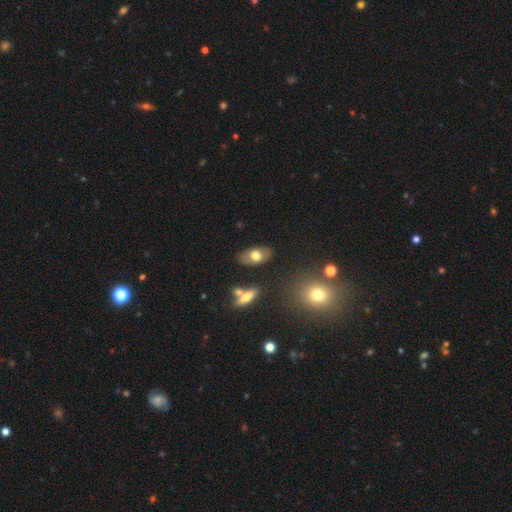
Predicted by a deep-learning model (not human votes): This is likely a smooth galaxy (65%). How rounded: clearly in between (91%). Merging: likely none (79%).